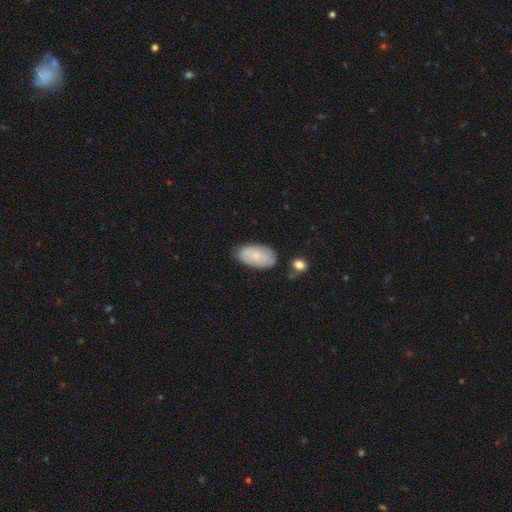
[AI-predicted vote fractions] A smooth galaxy with no disk features (63%) that is in between round and cigar-shaped (94%).

Vote fractions:
- Smooth or featured? smooth: 63% / featured or disk: 30% / star or artifact: 7%
- How rounded? in between: 94% / round: 4% / cigar-shaped: 2%
- Merging? none: 72% / minor disturbance: 20% / major disturbance: 4% / merger: 4%